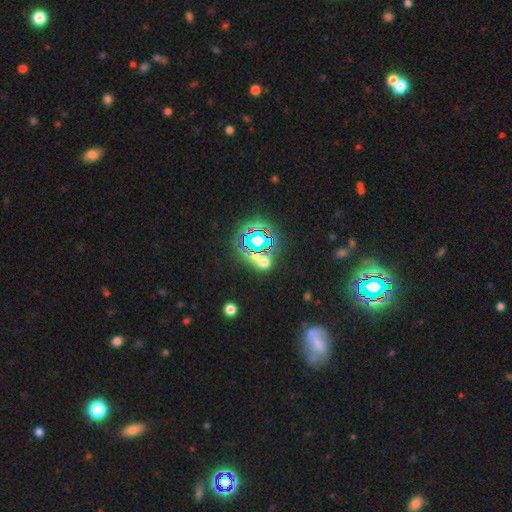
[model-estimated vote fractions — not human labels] This appears to be a star or artifact, not a galaxy (59%).